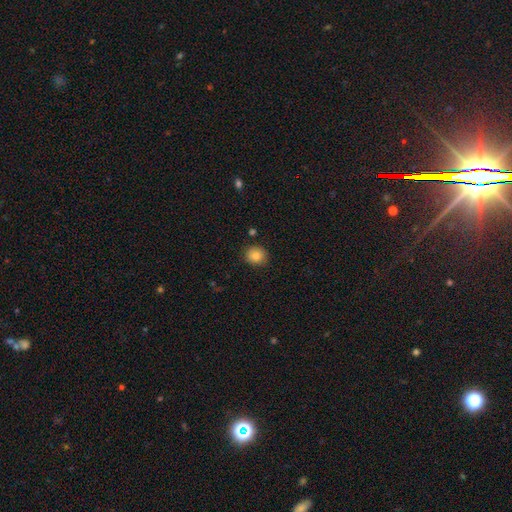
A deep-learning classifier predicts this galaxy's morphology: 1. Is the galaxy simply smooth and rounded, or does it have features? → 82% smooth, 10% star or artifact, 8% featured or disk.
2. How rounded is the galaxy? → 85% round, 14% in between, 1% cigar-shaped.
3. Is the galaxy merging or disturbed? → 87% none, 9% minor disturbance, 2% major disturbance, 2% merger.